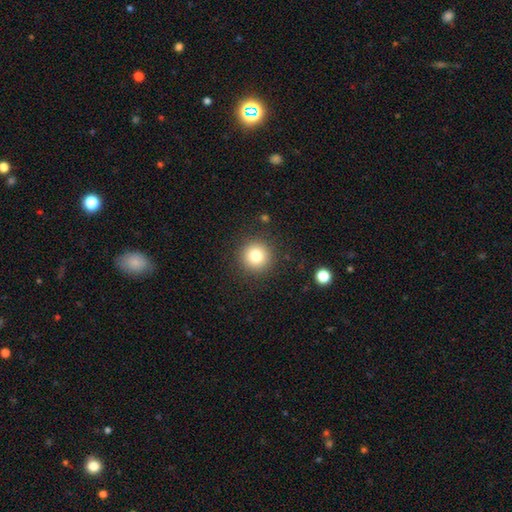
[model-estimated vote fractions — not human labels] smooth_or_featured: smooth (p=0.80) [alt: star or artifact p=0.11]
how_rounded: round (p=0.95) [alt: in between p=0.04]
merging: none (p=0.90) [alt: minor disturbance p=0.06]